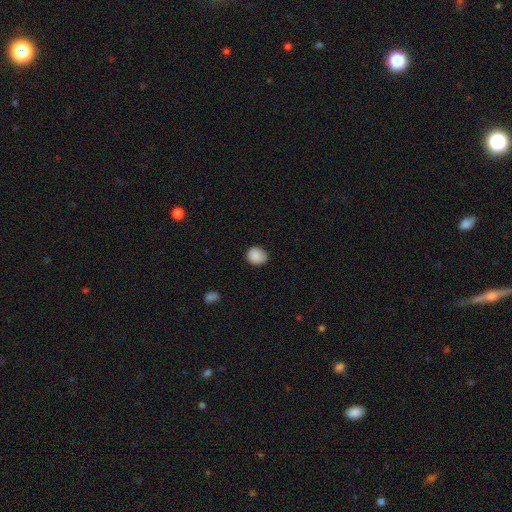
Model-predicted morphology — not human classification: type=smooth (88%); roundness=round (68%); merging=none (78%).